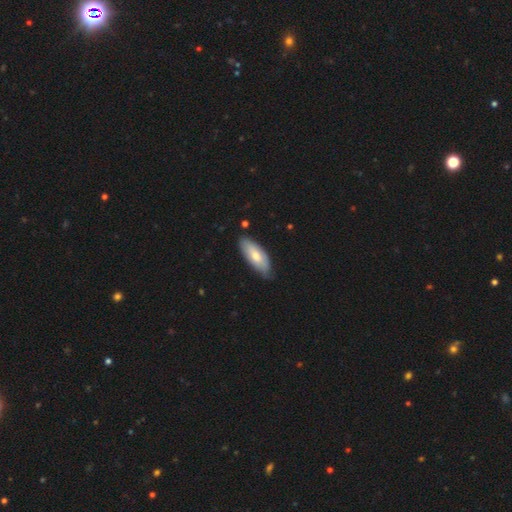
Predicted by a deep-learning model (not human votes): smooth 67%, featured or disk 28%, star or artifact 5%. Down the decision tree: how rounded — in between (80%); merging — none (70%).